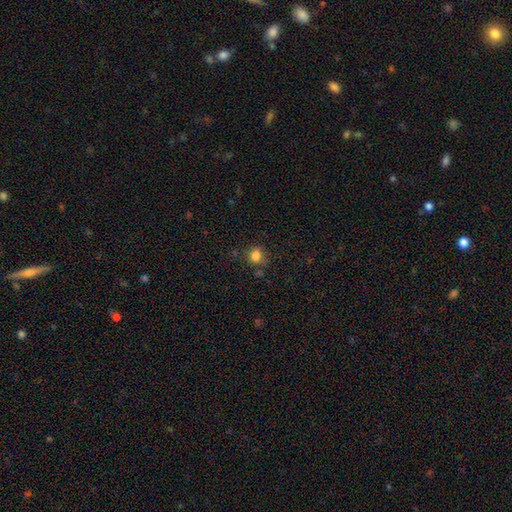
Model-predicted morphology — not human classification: Smooth or featured? Predicted: smooth (p=0.82). How rounded? Predicted: round (p=0.67). Merging? Predicted: none (p=0.68).